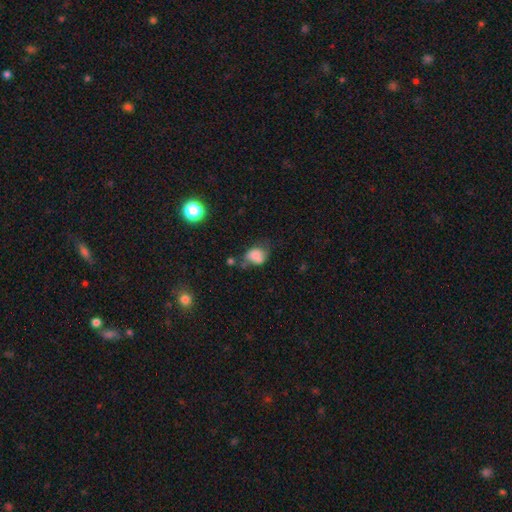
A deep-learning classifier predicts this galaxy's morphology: The model was most divided on "merging": none: 36%, minor disturbance: 32%, major disturbance: 16%, merger: 16%. More confident: smooth or featured — smooth (72%); how rounded — in between (56%).